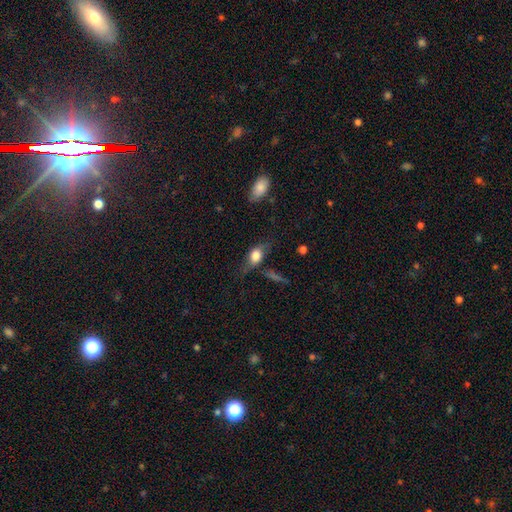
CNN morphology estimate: Smooth or featured?
  - smooth: 70% *
  - featured or disk: 21%
  - star or artifact: 9%
How rounded?
  - in between: 77% *
  - round: 17%
  - cigar-shaped: 7%
Merging?
  - none: 51% *
  - minor disturbance: 27%
  - major disturbance: 17%
  - merger: 5%